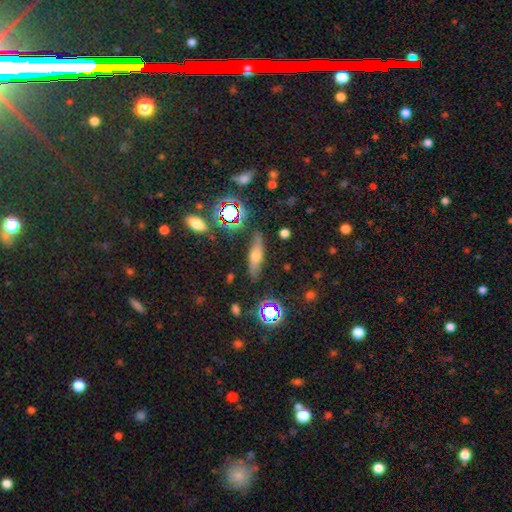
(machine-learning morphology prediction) type=smooth (45%); merging=none (81%).